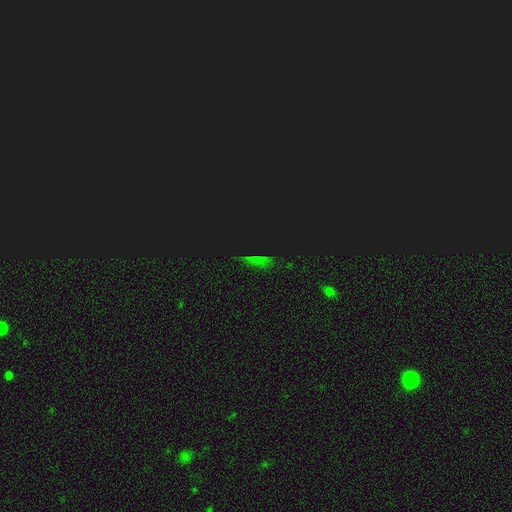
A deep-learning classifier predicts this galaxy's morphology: Smooth or featured: star or artifact — 69% (smooth — 22%)